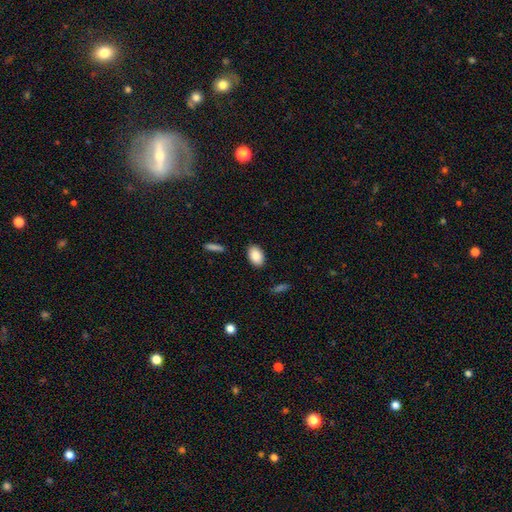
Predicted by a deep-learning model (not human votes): Overall: smooth (88%). How rounded: in between (90%). Merging: none (88%).